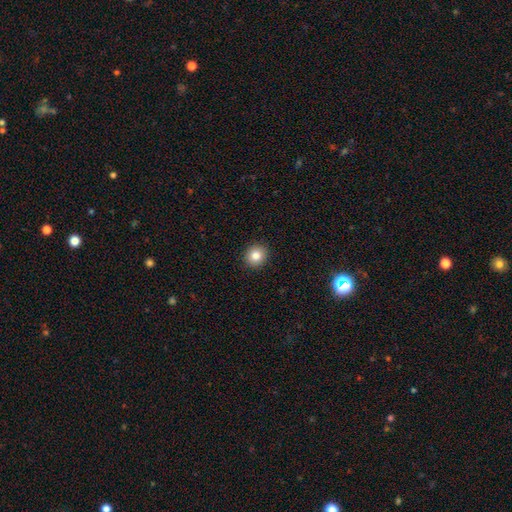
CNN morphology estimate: Smooth or featured: smooth — 83% (star or artifact — 10%)
How rounded: round — 85% (in between — 14%)
Merging: none — 92% (minor disturbance — 5%)